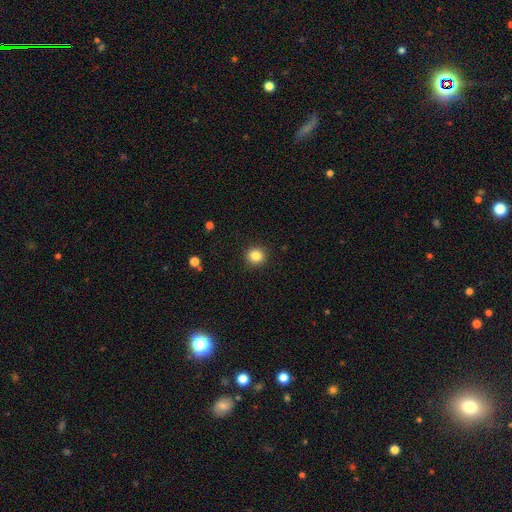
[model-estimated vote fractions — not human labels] Overall: smooth (84%). How rounded: round (93%). Merging: none (92%).